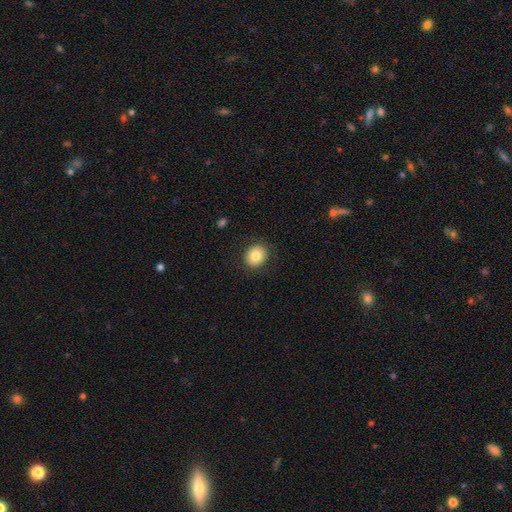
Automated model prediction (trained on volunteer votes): A smooth galaxy with no disk features (81%) that is round (74%). Merging: none (87%).